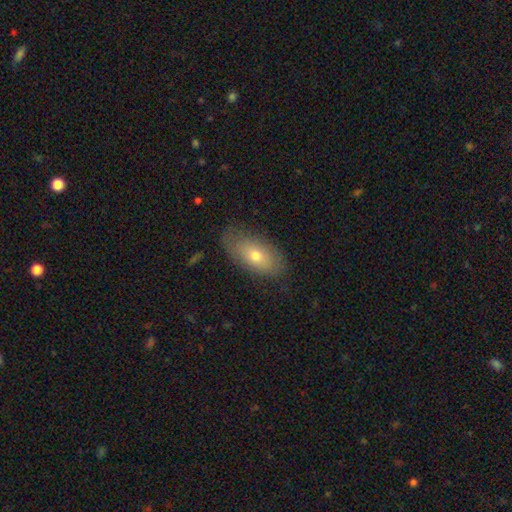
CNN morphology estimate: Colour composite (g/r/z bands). It shows a smooth galaxy with no disk features (65%) that is in between round and cigar-shaped (87%). Merging: none (77%).